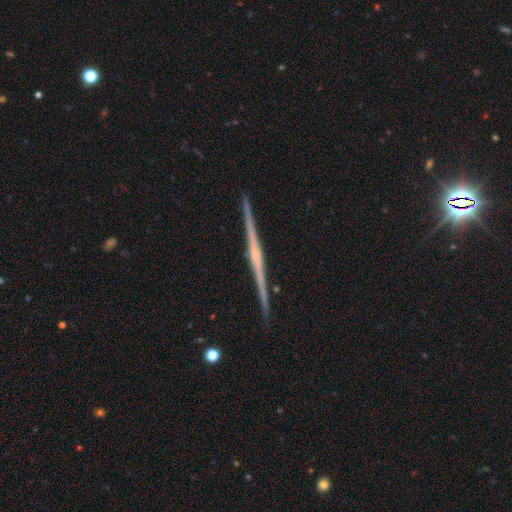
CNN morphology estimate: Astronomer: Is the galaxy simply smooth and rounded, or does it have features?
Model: featured or disk — 82%.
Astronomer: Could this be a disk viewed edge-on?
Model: yes — 99%.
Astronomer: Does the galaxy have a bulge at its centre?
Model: none — 47% (runner-up: rounded, 39%).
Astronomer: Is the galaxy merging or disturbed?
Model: none — 93%.